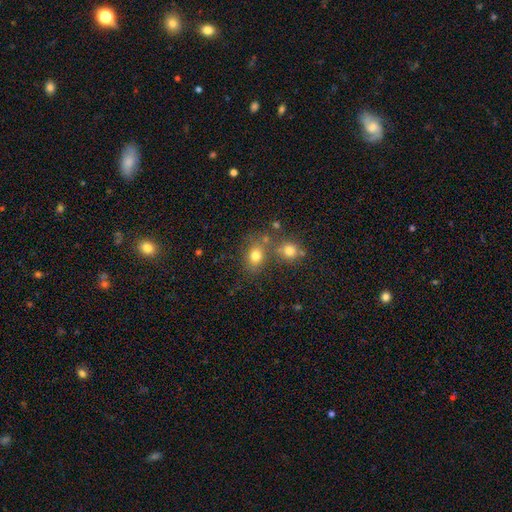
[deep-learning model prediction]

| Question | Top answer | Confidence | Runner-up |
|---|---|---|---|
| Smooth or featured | smooth | 76% | star or artifact (15%) |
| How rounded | in between | 55% | round (44%) |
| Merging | none | 59% | merger (23%) |